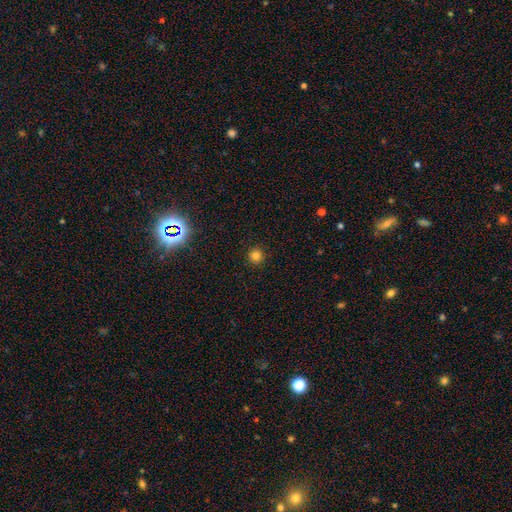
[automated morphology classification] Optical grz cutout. It shows a smooth galaxy with no disk features (81%) that is round (96%). Merging: none (93%).